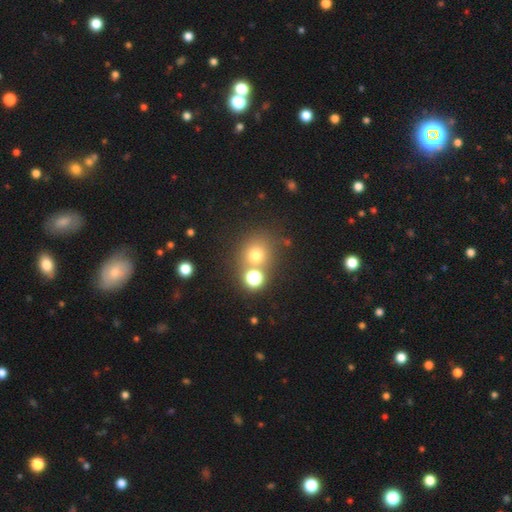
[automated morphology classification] smooth 68%, star or artifact 22%, featured or disk 10%. Down the decision tree: how rounded — round (86%); merging — none (65%).